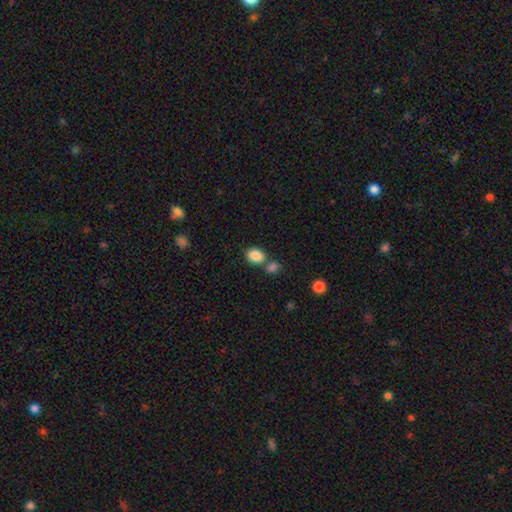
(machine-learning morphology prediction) Smooth or featured?
  - smooth: 86% *
  - star or artifact: 8%
  - featured or disk: 5%
How rounded?
  - in between: 72% *
  - round: 27%
  - cigar-shaped: 1%
Merging?
  - none: 53% *
  - merger: 33%
  - minor disturbance: 10%
  - major disturbance: 3%